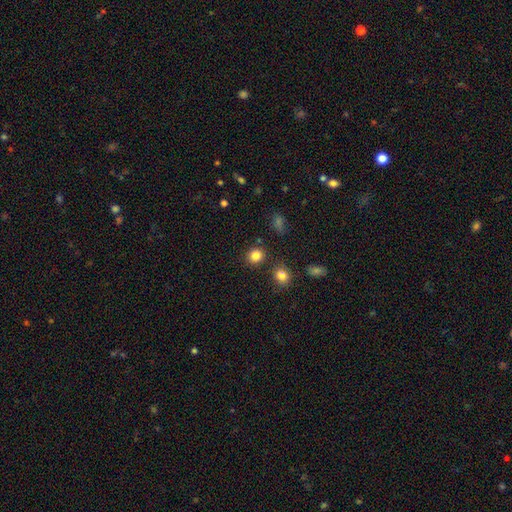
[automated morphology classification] Smooth or featured?
  - smooth: 83% *
  - star or artifact: 12%
  - featured or disk: 5%
How rounded?
  - round: 84% *
  - in between: 15%
  - cigar-shaped: 1%
Merging?
  - none: 85% *
  - minor disturbance: 7%
  - merger: 5%
  - major disturbance: 3%